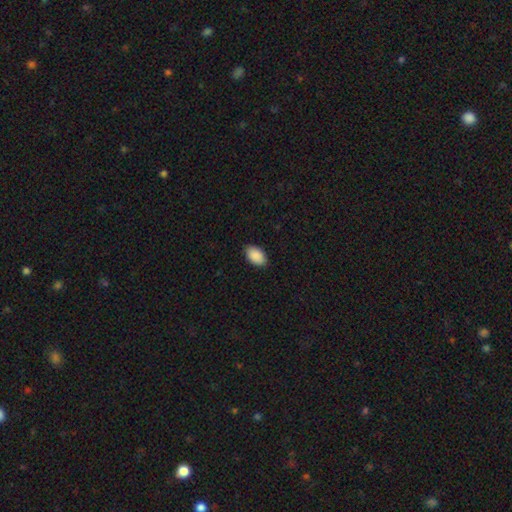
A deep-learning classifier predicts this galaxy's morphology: smooth 91%, star or artifact 7%, featured or disk 3%. Down the decision tree: how rounded — in between (93%); merging — none (88%).